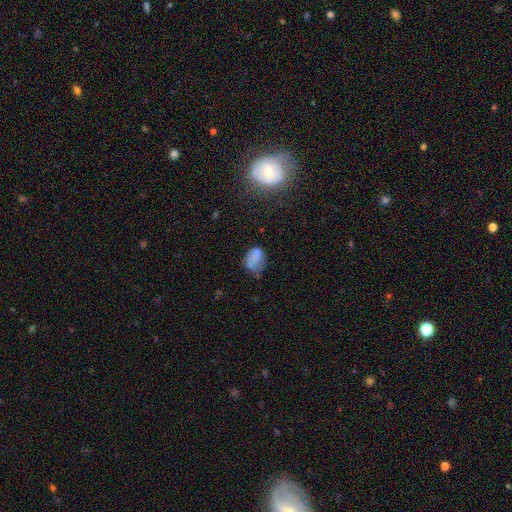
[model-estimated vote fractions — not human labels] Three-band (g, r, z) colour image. It shows a smooth galaxy with no disk features (67%) that is in between round and cigar-shaped (68%). Merging: none (42%).